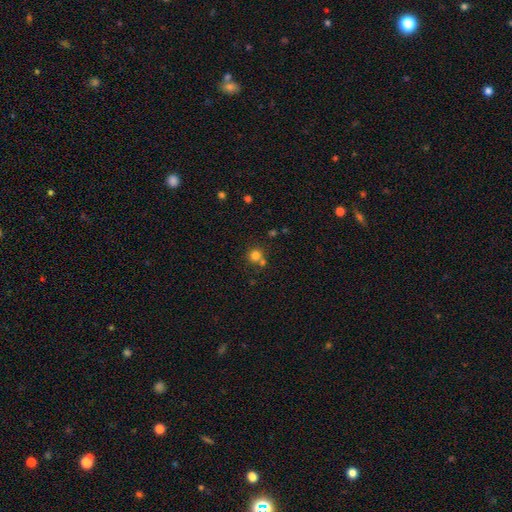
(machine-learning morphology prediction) This appears to be a smooth galaxy with no disk features (79%) that is round (91%). Merging: none (66%).